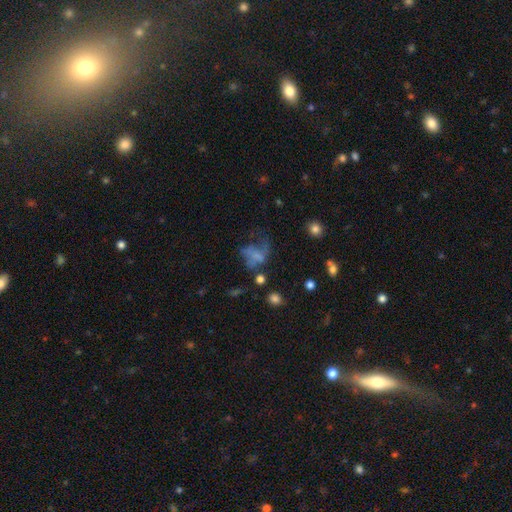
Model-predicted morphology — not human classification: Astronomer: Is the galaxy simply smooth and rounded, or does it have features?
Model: smooth — 45% (runner-up: featured or disk, 37%).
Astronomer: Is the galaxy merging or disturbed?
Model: major disturbance — 48% (runner-up: none, 25%).